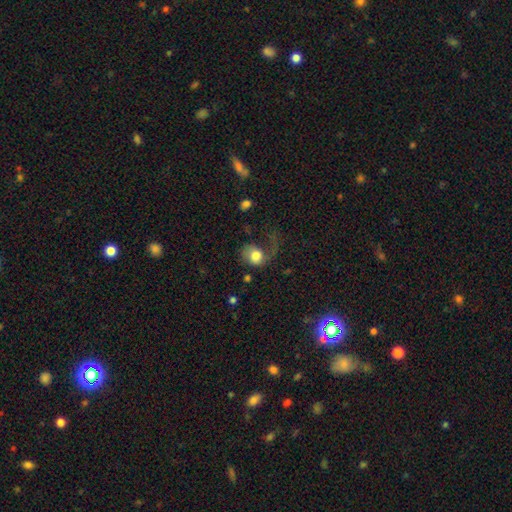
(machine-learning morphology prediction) The model was most divided on "merging": major disturbance: 49%, none: 28%, minor disturbance: 19%, merger: 4%. More confident: how rounded — round (63%); smooth or featured — smooth (62%).